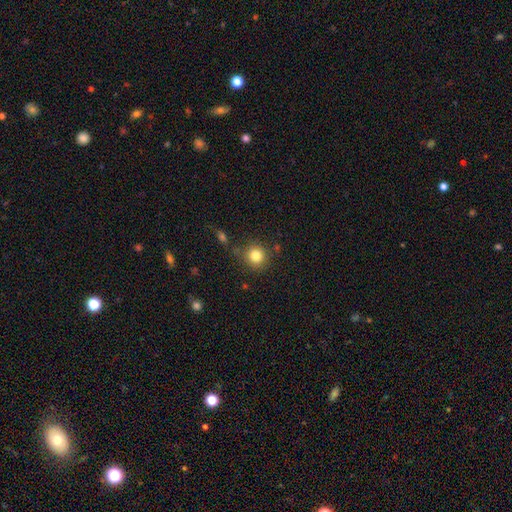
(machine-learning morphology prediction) A smooth galaxy with no disk features (82%) that is round (92%). Merging: none (82%).